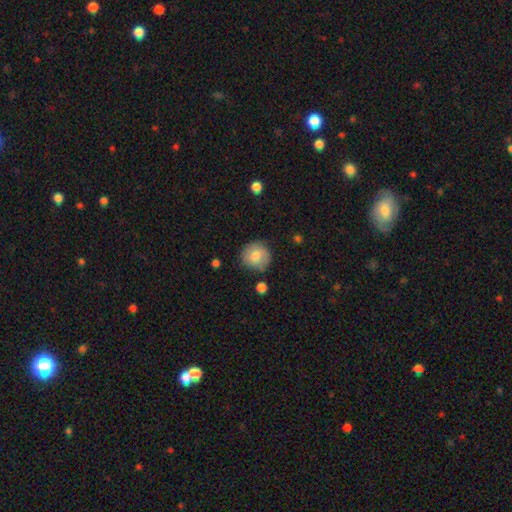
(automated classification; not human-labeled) smooth-or-featured: smooth: 78% | featured or disk: 14% | star or artifact: 8%
  how-rounded: round: 90% | in between: 9% | cigar-shaped: 1%
  merging: none: 75% | minor disturbance: 17% | major disturbance: 4% | merger: 3%